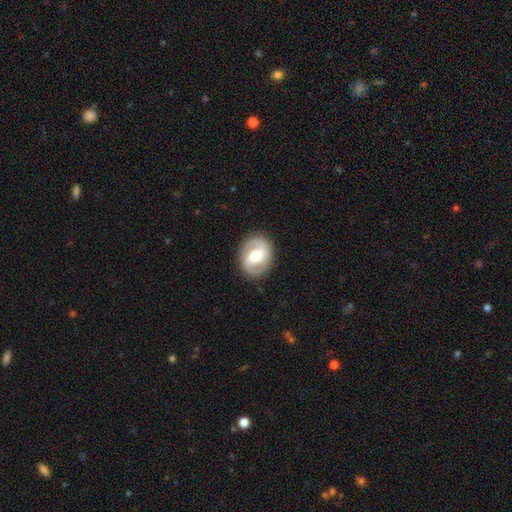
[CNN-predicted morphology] Overall: featured or disk (70%). Edge-on disk: no (96%). Bar: weak (42%; strong 33%). Spiral arms: yes (79%). Spiral arm count: 2 (89%). Spiral winding: medium (47%; tight 30%). Bulge size: moderate (69%). Merging: none (86%).